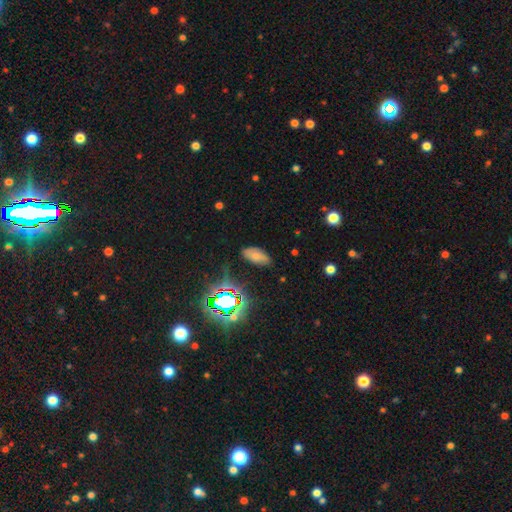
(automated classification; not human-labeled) smooth-or-featured: smooth: 57% | star or artifact: 22% | featured or disk: 21%
  how-rounded: in between: 92% | cigar-shaped: 4% | round: 4%
  merging: none: 73% | minor disturbance: 20% | major disturbance: 5% | merger: 2%